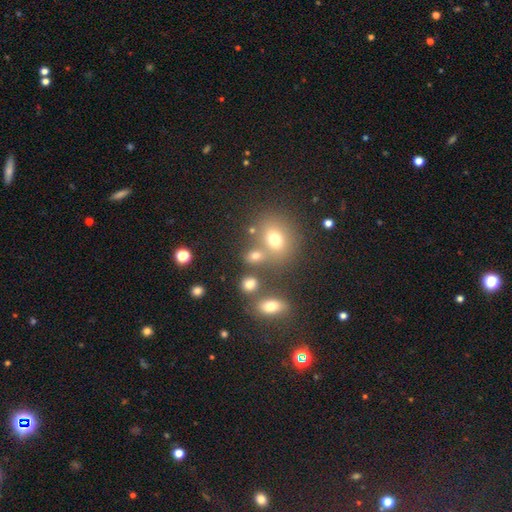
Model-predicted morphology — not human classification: A smooth galaxy with no disk features (70%) that is round (51%). Merging: none (57%).